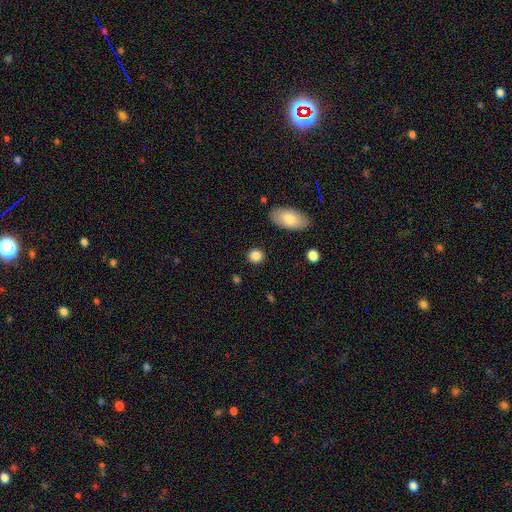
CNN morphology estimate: Smooth or featured? smooth (85%)
How rounded? round (81%)
Merging? none (88%)